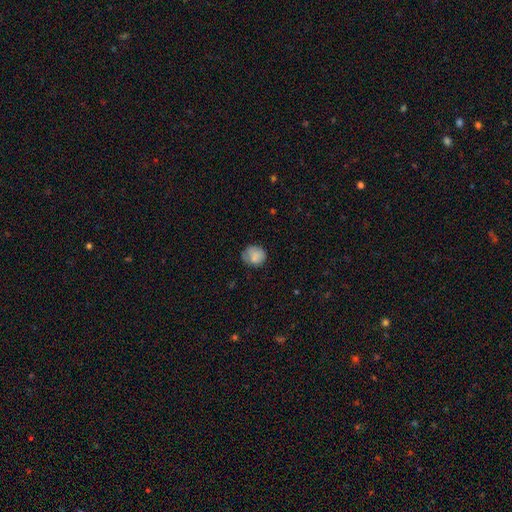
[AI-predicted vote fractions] A smooth galaxy with no disk features (82%) that is round (75%). Merging: none (67%).